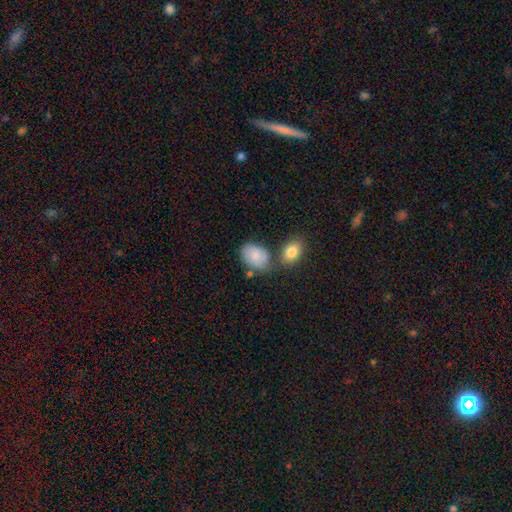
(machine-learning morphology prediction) Overall: smooth (76%). How rounded: in between (79%). Merging: none (58%; minor disturbance 20%).